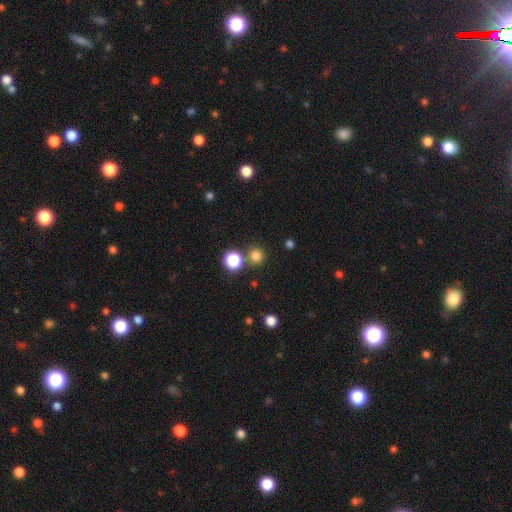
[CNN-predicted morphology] smooth_or_featured: smooth (p=0.77) [alt: star or artifact p=0.18]
how_rounded: round (p=0.91) [alt: in between p=0.08]
merging: none (p=0.78) [alt: merger p=0.12]